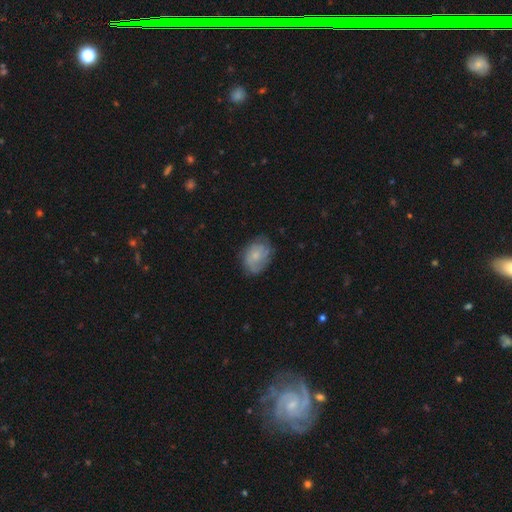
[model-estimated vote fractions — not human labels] smooth 50%, featured or disk 43%, star or artifact 8%. Down the decision tree: merging — none (67%).